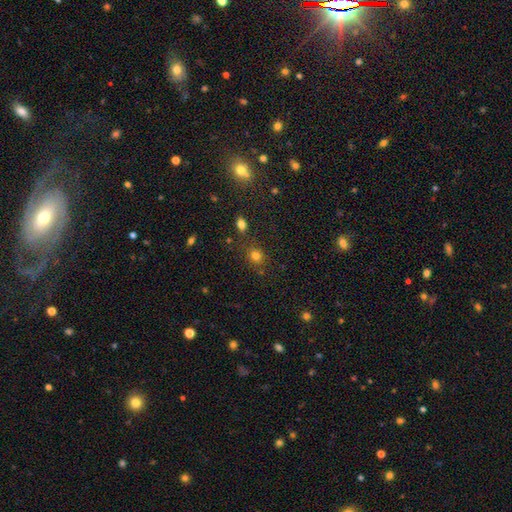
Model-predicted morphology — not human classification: A smooth galaxy with no disk features (77%) that is round (77%). Merging: none (75%).